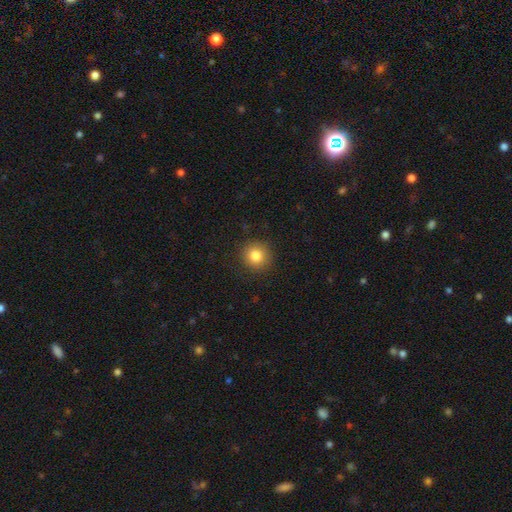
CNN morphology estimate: A smooth galaxy with no disk features (83%) that is round (92%). Merging: none (90%).